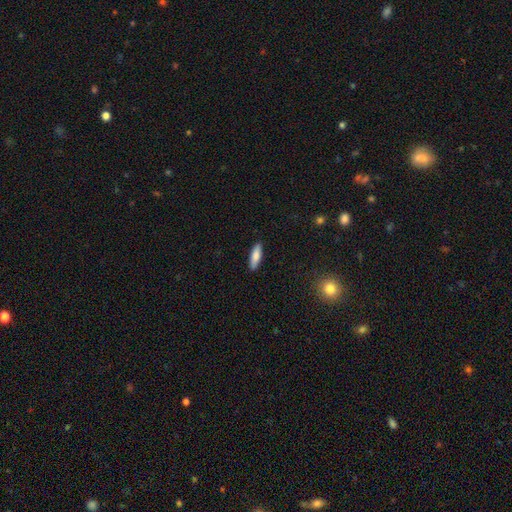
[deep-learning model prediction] A smooth galaxy with no disk features (80%) that is cigar-shaped (50%). Merging: none (90%).